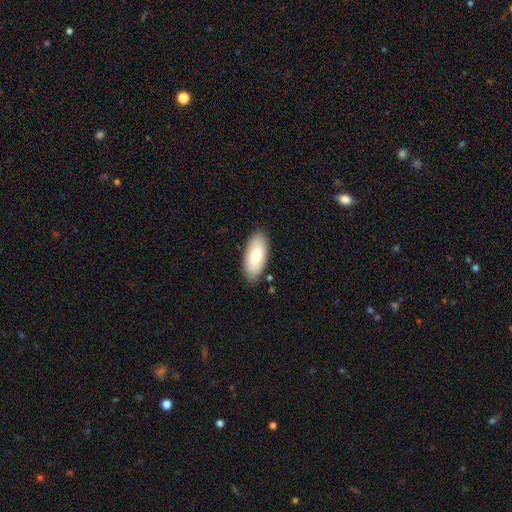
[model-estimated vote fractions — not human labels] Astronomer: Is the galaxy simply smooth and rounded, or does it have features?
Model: smooth — 73%.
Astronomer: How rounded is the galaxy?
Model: in between — 89%.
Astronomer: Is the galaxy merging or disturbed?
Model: none — 87%.